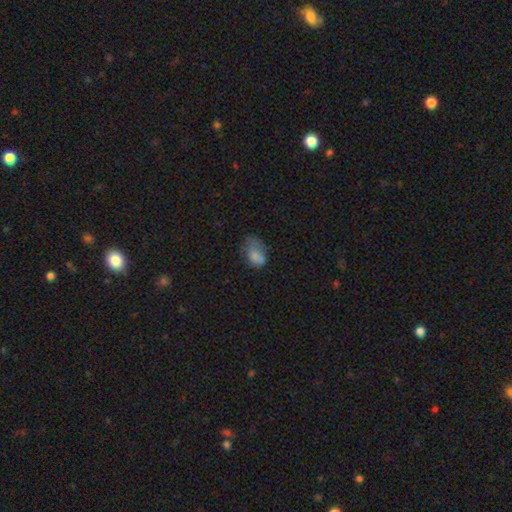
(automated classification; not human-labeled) This appears to be a smooth galaxy with no disk features (70%) that is in between round and cigar-shaped (80%). Merging: none (34%).